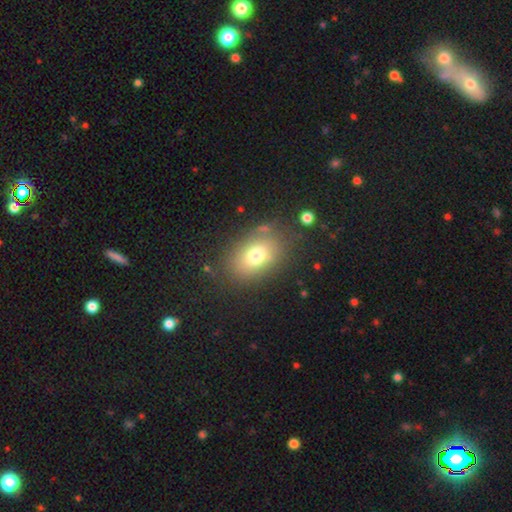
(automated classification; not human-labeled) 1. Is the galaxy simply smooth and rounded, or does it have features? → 73% smooth, 15% featured or disk, 12% star or artifact.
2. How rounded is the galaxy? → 77% in between, 21% round, 1% cigar-shaped.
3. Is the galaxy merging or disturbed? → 77% none, 14% minor disturbance, 6% major disturbance, 3% merger.